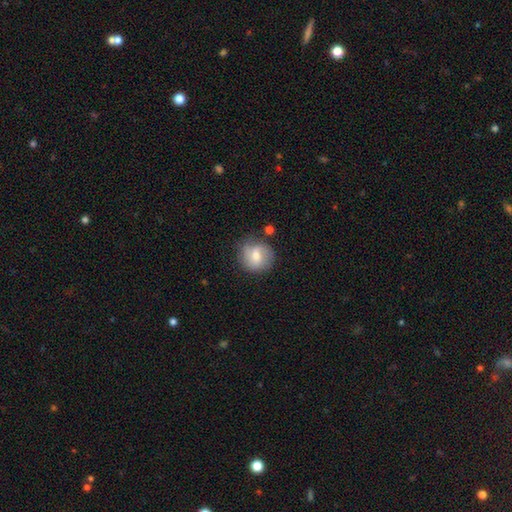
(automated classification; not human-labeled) Smooth or featured?
  - smooth: 54% *
  - featured or disk: 38%
  - star or artifact: 8%
How rounded?
  - round: 88% *
  - in between: 11%
  - cigar-shaped: 1%
Merging?
  - none: 69% *
  - minor disturbance: 20%
  - major disturbance: 6%
  - merger: 4%